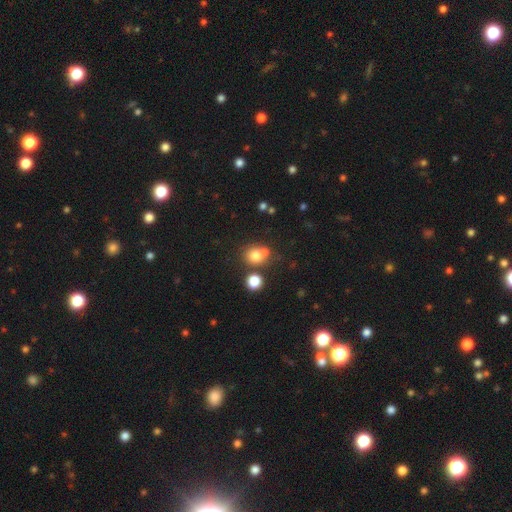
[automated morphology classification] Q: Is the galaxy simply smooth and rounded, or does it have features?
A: smooth — 74%.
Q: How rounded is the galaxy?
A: round — 81%.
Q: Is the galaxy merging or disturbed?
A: none — 53%.